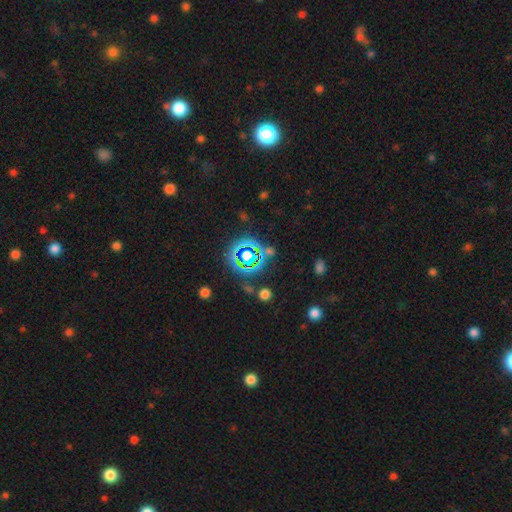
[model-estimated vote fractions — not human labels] smooth-or-featured: star or artifact: 73% | smooth: 18% | featured or disk: 10%